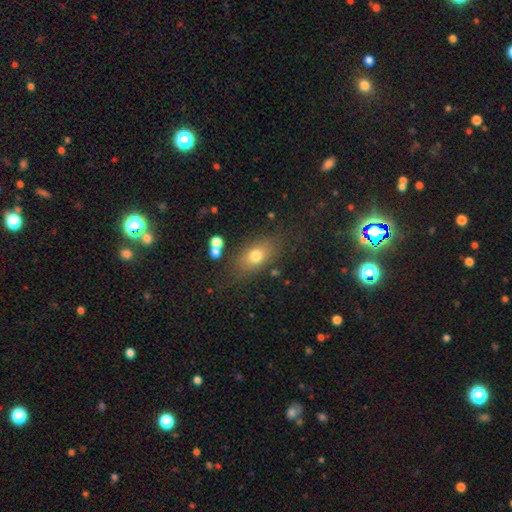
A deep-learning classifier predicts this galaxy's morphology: smooth 73%, featured or disk 16%, star or artifact 11%. Down the decision tree: how rounded — in between (75%); merging — none (74%).